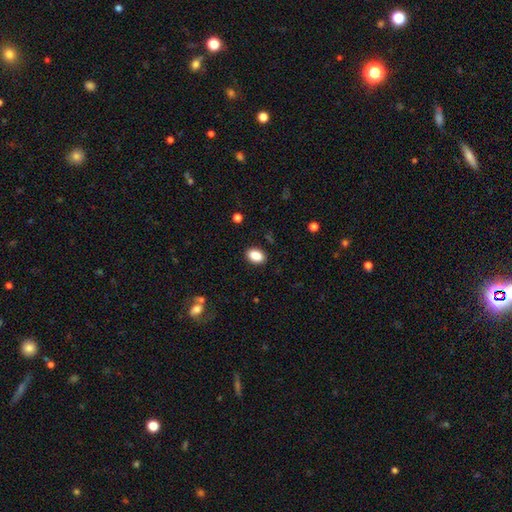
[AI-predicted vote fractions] The model was most divided on "how rounded": in between: 83%, round: 16%, cigar-shaped: 1%. More confident: merging — none (89%); smooth or featured — smooth (88%).